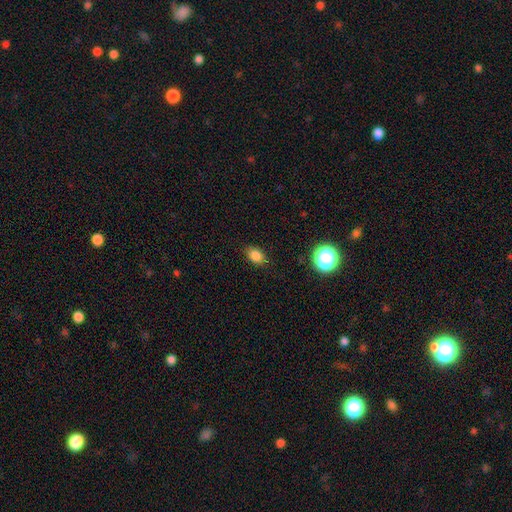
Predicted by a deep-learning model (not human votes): A smooth galaxy with no disk features (83%) that is in between round and cigar-shaped (74%).

Vote fractions:
- Smooth or featured? smooth: 83% / star or artifact: 12% / featured or disk: 5%
- How rounded? in between: 74% / round: 24% / cigar-shaped: 2%
- Merging? none: 84% / minor disturbance: 12% / major disturbance: 3% / merger: 1%